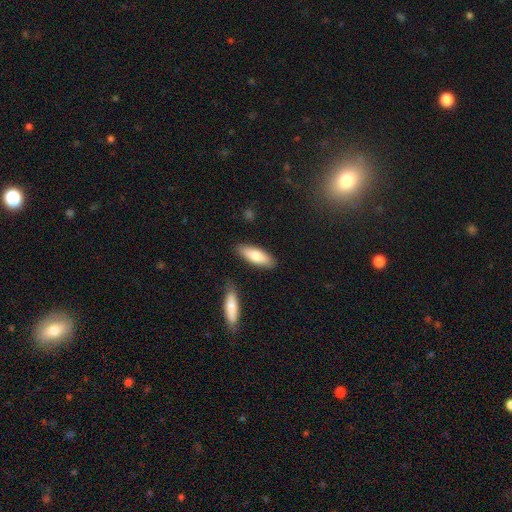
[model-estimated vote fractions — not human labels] Smooth or featured? smooth (79%)
How rounded? in between (58%)
Merging? none (83%)